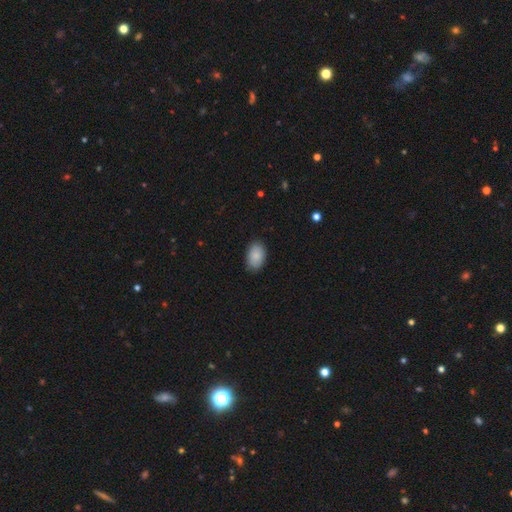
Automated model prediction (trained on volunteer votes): This is clearly a smooth galaxy (88%). How rounded: clearly in between (91%). Merging: clearly none (85%).